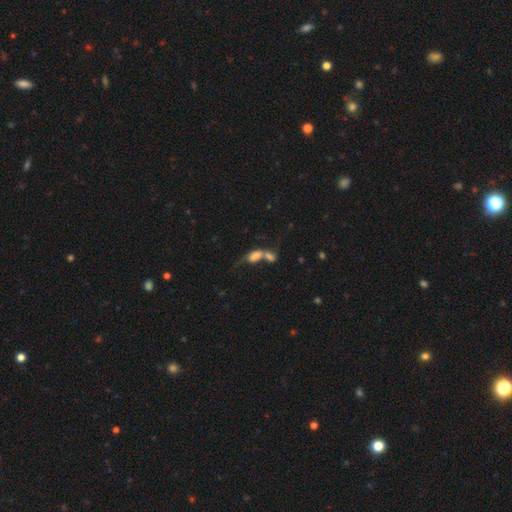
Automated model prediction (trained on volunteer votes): This appears to be a smooth galaxy with no disk features (66%) that is in between round and cigar-shaped (80%). Merging: merger (69%).